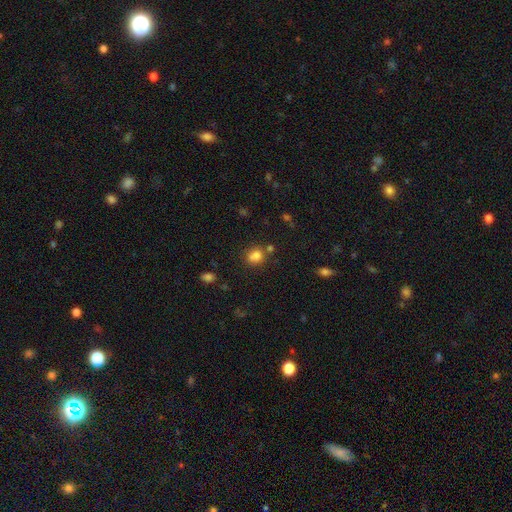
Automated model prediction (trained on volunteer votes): smooth_or_featured: smooth (p=0.80) [alt: star or artifact p=0.13]
how_rounded: round (p=0.66) [alt: in between p=0.33]
merging: none (p=0.60) [alt: merger p=0.20]